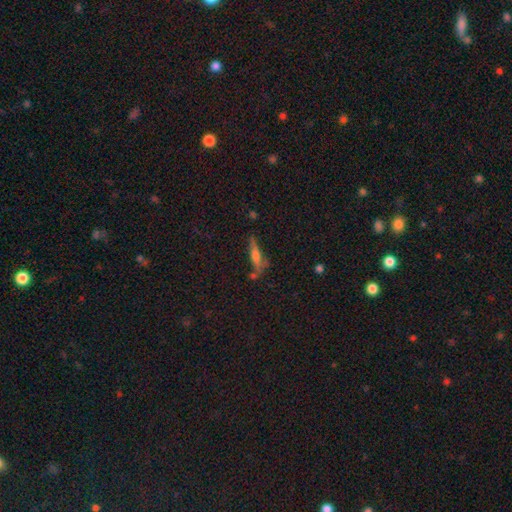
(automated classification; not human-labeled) Morphology: type=featured or disk (47%); merging=none (62%).